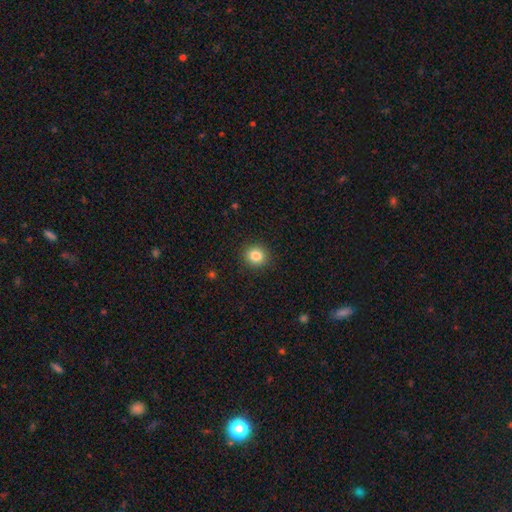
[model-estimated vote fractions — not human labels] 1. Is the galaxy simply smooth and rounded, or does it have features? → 85% smooth, 10% star or artifact, 5% featured or disk.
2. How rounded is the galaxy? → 84% round, 15% in between, 1% cigar-shaped.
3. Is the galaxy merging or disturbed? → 91% none, 6% minor disturbance, 2% major disturbance, 1% merger.